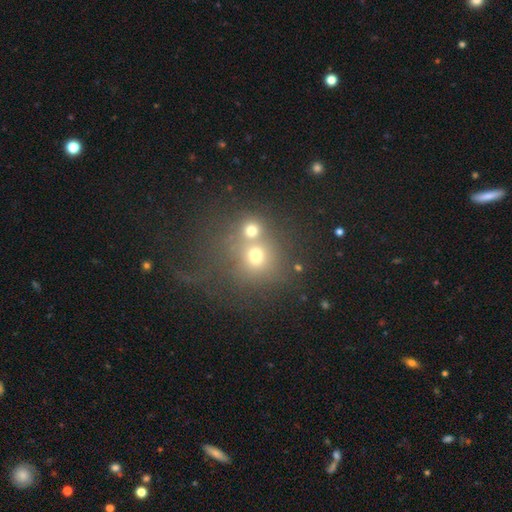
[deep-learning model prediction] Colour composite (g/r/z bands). It shows a smooth galaxy with no disk features (61%) that is round (84%). Merging: merger (48%).